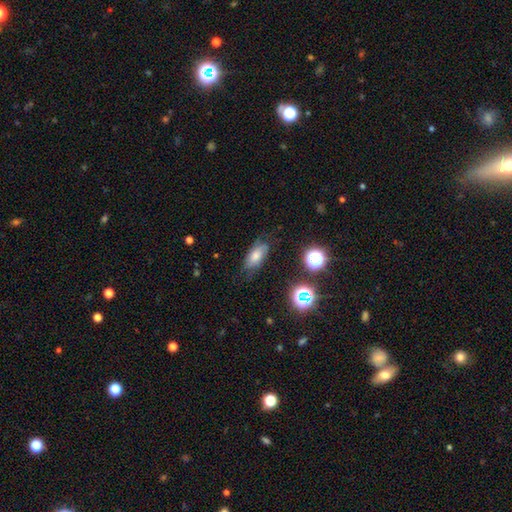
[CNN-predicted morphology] This appears to be a smooth galaxy with no disk features (47%). Merging: none (68%).